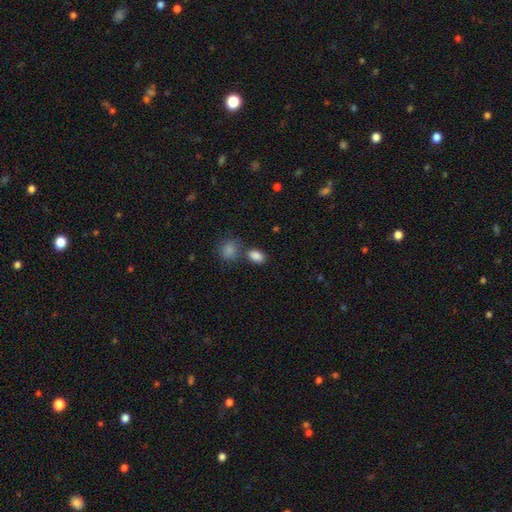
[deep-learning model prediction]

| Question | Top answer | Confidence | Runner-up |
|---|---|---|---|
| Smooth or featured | smooth | 86% | star or artifact (9%) |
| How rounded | in between | 83% | round (16%) |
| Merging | none | 62% | merger (22%) |